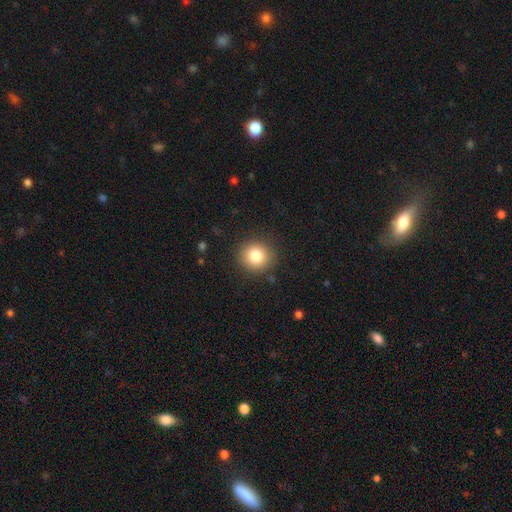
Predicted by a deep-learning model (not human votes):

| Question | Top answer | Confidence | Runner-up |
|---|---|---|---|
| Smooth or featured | smooth | 82% | star or artifact (10%) |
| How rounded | round | 89% | in between (10%) |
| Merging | none | 89% | minor disturbance (7%) |